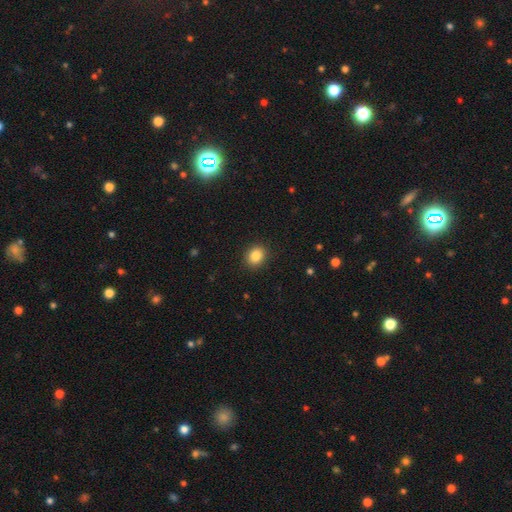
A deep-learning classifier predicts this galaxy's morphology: A smooth galaxy with no disk features (86%) that is round (58%).

Vote fractions:
- Smooth or featured? smooth: 86% / star or artifact: 10% / featured or disk: 5%
- How rounded? round: 58% / in between: 41% / cigar-shaped: 1%
- Merging? none: 90% / minor disturbance: 7% / major disturbance: 2% / merger: 1%